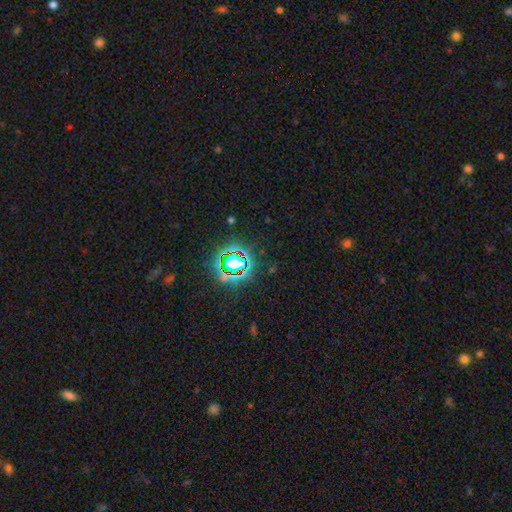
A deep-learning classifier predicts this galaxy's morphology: smooth-or-featured: star or artifact: 78% | smooth: 13% | featured or disk: 9%